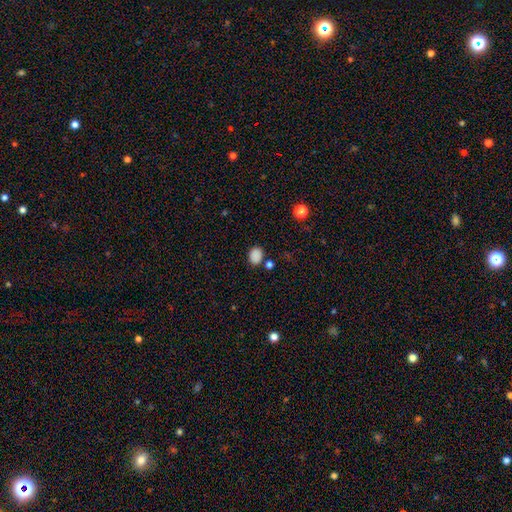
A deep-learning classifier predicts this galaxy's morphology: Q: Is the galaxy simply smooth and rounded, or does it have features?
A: smooth — 85%.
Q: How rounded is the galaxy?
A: in between — 60%.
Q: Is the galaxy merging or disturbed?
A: none — 79%.